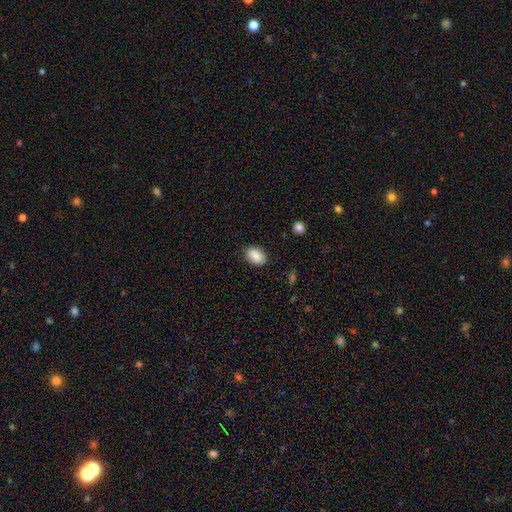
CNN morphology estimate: smooth-or-featured: smooth: 88% | star or artifact: 7% | featured or disk: 5%
  how-rounded: in between: 84% | round: 15% | cigar-shaped: 1%
  merging: none: 86% | minor disturbance: 11% | major disturbance: 3% | merger: 1%